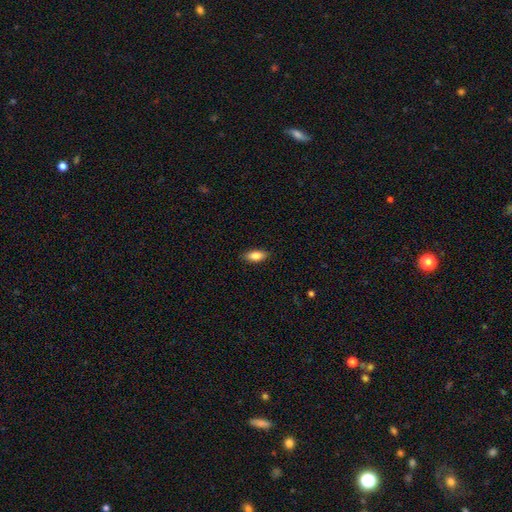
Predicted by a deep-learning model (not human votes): Smooth or featured?
  - smooth: 86% *
  - featured or disk: 7%
  - star or artifact: 7%
How rounded?
  - in between: 85% *
  - cigar-shaped: 12%
  - round: 3%
Merging?
  - none: 87% *
  - minor disturbance: 9%
  - major disturbance: 2%
  - merger: 1%